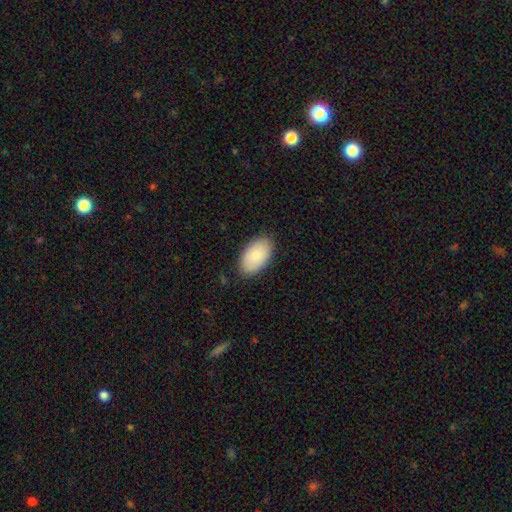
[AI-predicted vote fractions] This appears to be a smooth galaxy with no disk features (86%) that is in between round and cigar-shaped (95%). Merging: none (85%).